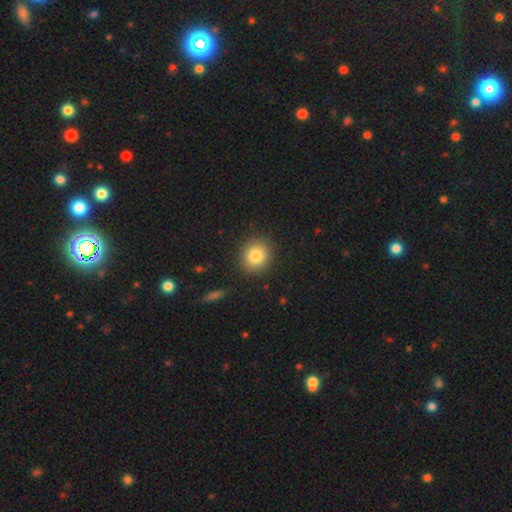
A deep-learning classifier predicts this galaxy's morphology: Smooth or featured? Predicted: smooth (p=0.83). How rounded? Predicted: round (p=0.87). Merging? Predicted: none (p=0.89).